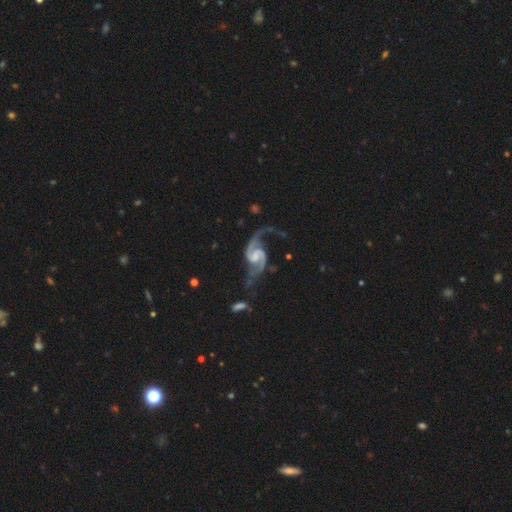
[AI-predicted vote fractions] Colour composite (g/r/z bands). It shows a featured or disk galaxy (94%) with a weak bar (53%), 2 (94%) loose (47%) spiral arms (98%) and a small central bulge (37%). Merging: none (55%).